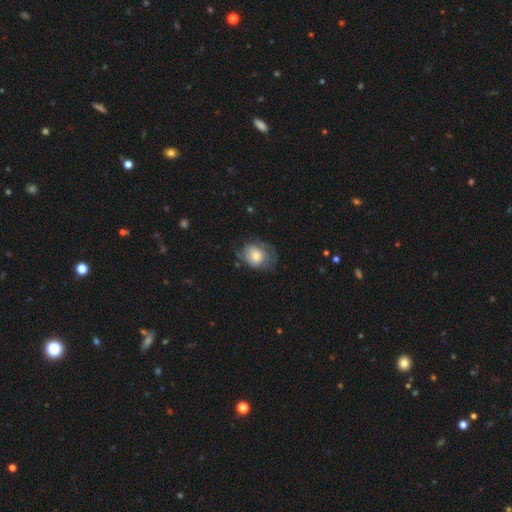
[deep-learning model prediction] The model was most divided on "smooth or featured": smooth: 50%, featured or disk: 43%, star or artifact: 7%. Remaining: merging — none (50%).